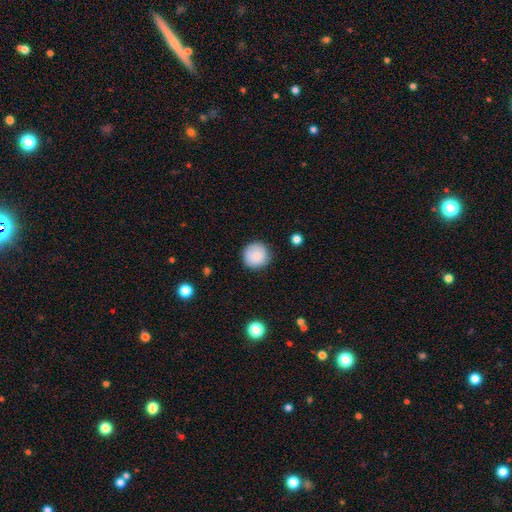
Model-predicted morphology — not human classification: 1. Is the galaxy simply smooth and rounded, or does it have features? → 85% smooth, 8% star or artifact, 8% featured or disk.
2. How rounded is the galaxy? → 95% round, 4% in between, 1% cigar-shaped.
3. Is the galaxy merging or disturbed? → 88% none, 9% minor disturbance, 2% major disturbance, 1% merger.